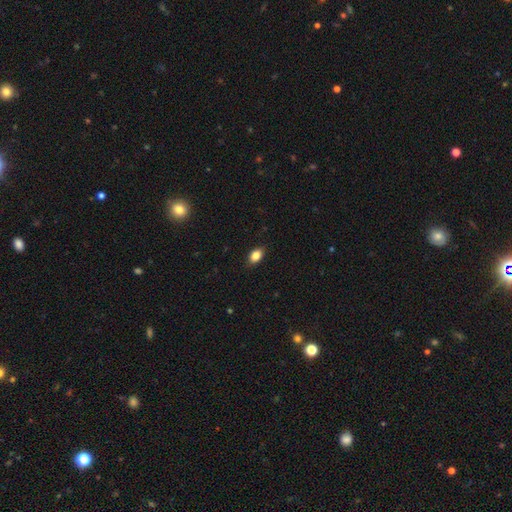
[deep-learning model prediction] Smooth or featured: smooth — 84% (star or artifact — 9%)
How rounded: in between — 83% (round — 14%)
Merging: none — 85% (minor disturbance — 11%)